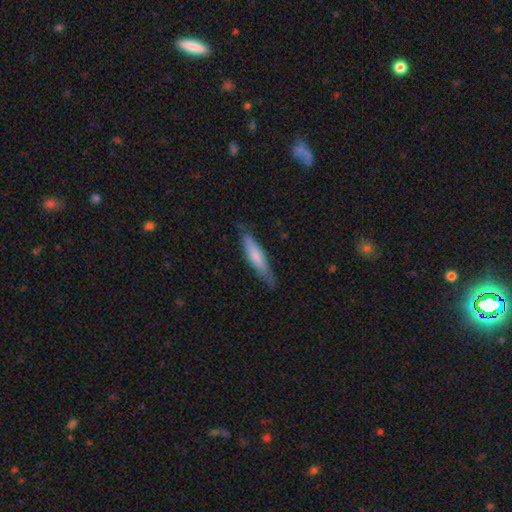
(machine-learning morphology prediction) Smooth or featured: smooth — 66% (featured or disk — 29%)
How rounded: cigar-shaped — 85% (in between — 14%)
Merging: none — 76% (minor disturbance — 19%)